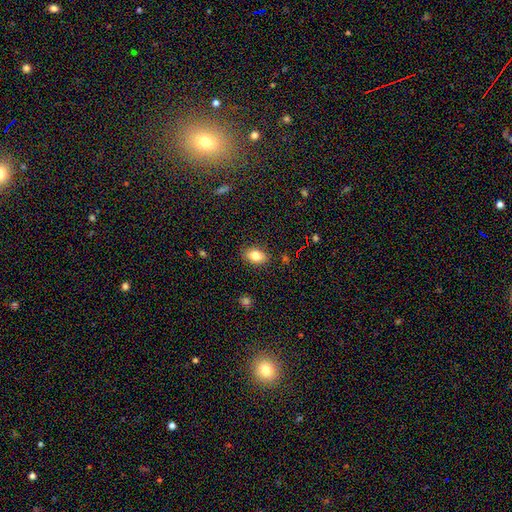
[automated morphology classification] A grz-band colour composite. It shows a smooth galaxy with no disk features (81%) that is in between round and cigar-shaped (85%). Merging: none (86%).